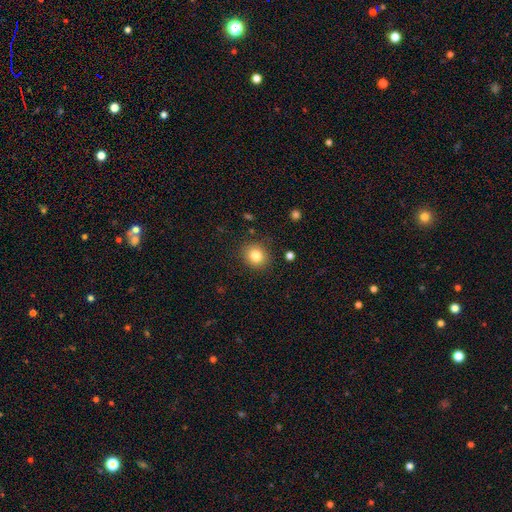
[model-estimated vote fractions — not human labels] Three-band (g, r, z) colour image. It shows a smooth galaxy with no disk features (82%) that is round (78%). Merging: none (87%).